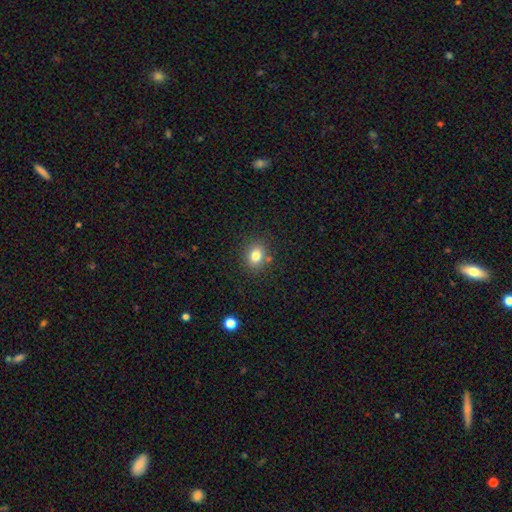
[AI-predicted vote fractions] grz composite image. It shows a smooth galaxy with no disk features (81%) that is round (57%). Merging: none (82%).